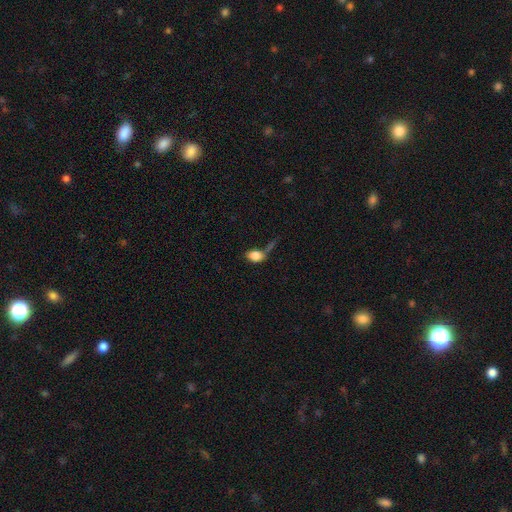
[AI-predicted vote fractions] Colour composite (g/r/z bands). It shows a smooth galaxy with no disk features (80%) that is in between round and cigar-shaped (79%). Merging: none (30%).